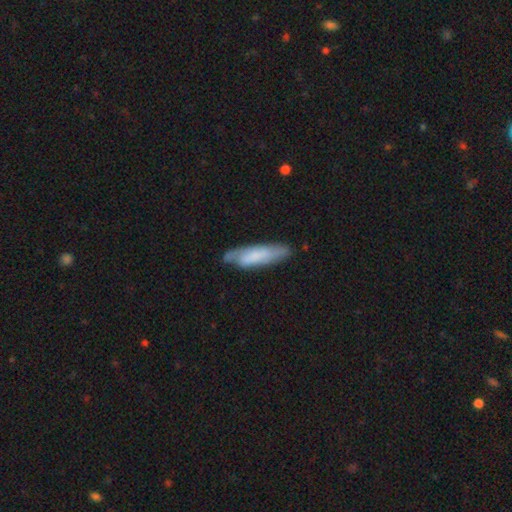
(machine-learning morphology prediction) Smooth or featured? smooth (61%)
How rounded? cigar-shaped (69%)
Merging? none (67%)